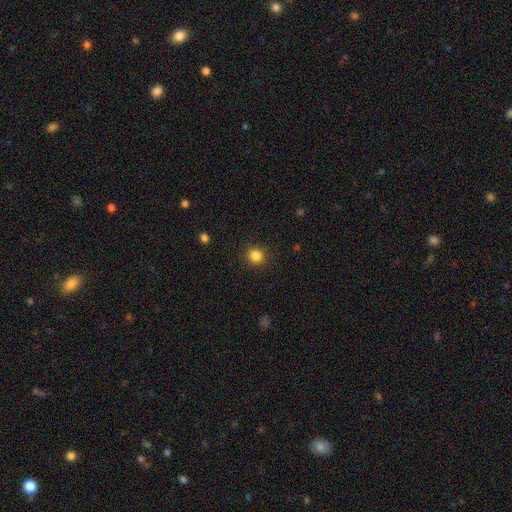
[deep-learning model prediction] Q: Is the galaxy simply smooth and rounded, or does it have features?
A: smooth — 85%.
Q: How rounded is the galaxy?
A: round — 88%.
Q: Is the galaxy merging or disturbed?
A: none — 91%.